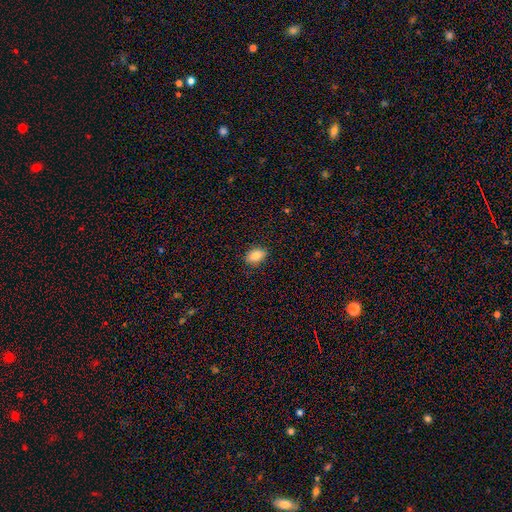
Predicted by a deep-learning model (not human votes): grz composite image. It shows a smooth galaxy with no disk features (82%) that is in between round and cigar-shaped (83%). Merging: none (88%).